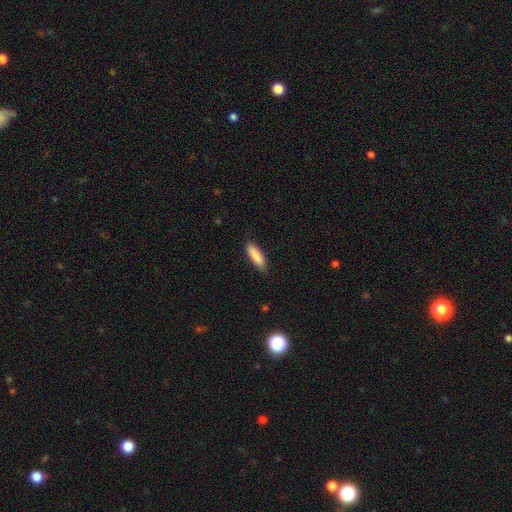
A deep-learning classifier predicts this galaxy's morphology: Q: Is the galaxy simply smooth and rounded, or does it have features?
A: smooth — 87%.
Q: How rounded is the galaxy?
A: cigar-shaped — 54%.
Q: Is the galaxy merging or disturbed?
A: none — 85%.